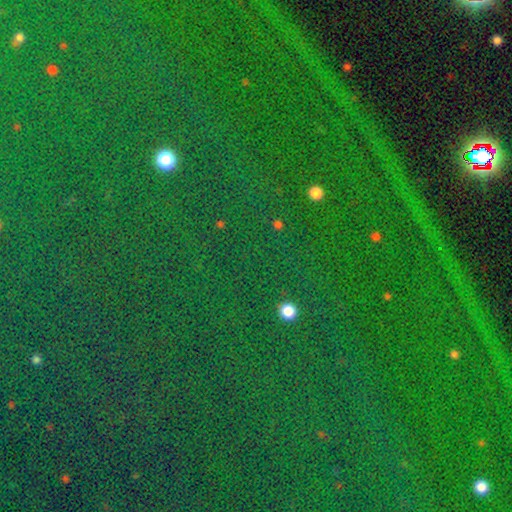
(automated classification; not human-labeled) Smooth or featured?
  - star or artifact: 82% *
  - smooth: 10%
  - featured or disk: 7%